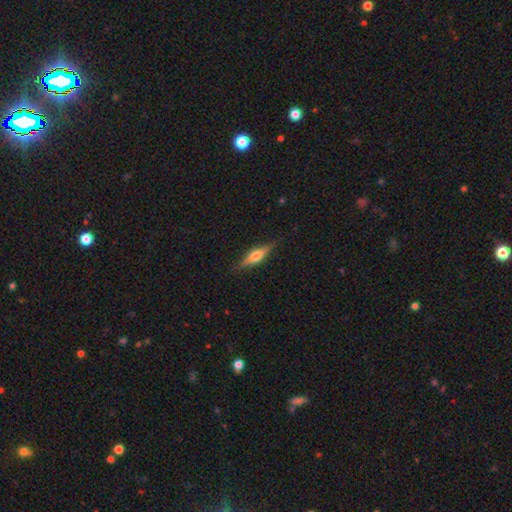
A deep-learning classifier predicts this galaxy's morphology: The model was most divided on "smooth or featured": featured or disk: 55%, smooth: 39%, star or artifact: 6%. More confident: edge-on disk — yes (95%); edge-on bulge — rounded (88%); merging — none (86%).